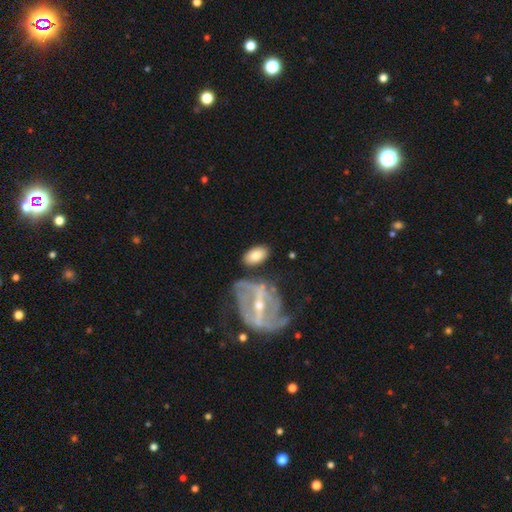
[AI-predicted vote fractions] A smooth galaxy with no disk features (68%) that is in between round and cigar-shaped (92%).

Vote fractions:
- Smooth or featured? smooth: 68% / featured or disk: 26% / star or artifact: 6%
- How rounded? in between: 92% / round: 6% / cigar-shaped: 2%
- Merging? none: 72% / minor disturbance: 15% / merger: 8% / major disturbance: 6%